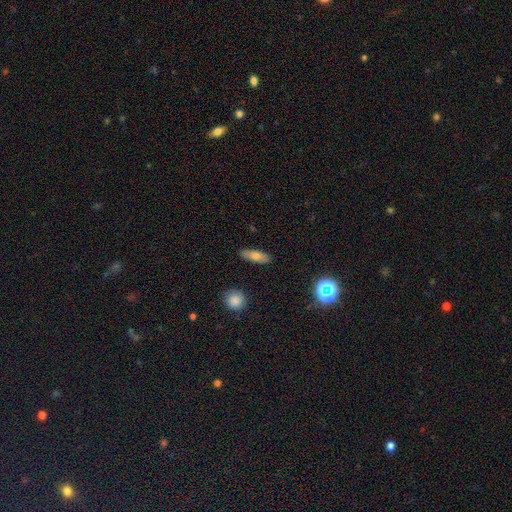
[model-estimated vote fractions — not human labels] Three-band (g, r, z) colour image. It shows a smooth galaxy with no disk features (69%) that is in between round and cigar-shaped (54%). Merging: none (87%).